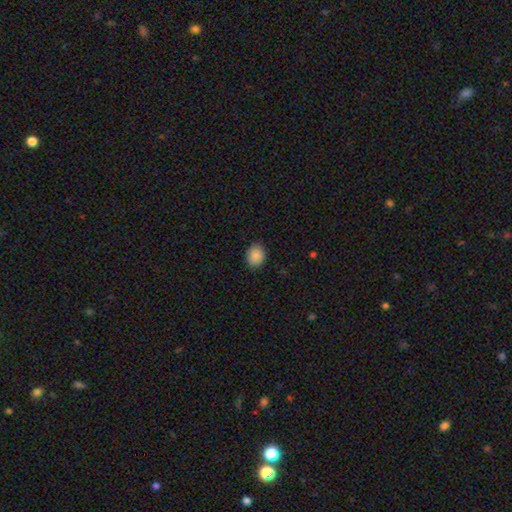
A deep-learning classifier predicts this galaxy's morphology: A smooth galaxy with no disk features (89%) that is round (51%).

Vote fractions:
- Smooth or featured? smooth: 89% / star or artifact: 8% / featured or disk: 3%
- How rounded? round: 51% / in between: 48% / cigar-shaped: 1%
- Merging? none: 86% / minor disturbance: 11% / major disturbance: 2% / merger: 1%